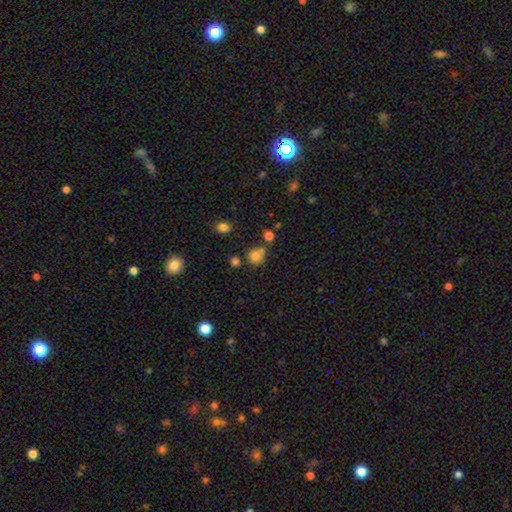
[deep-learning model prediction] smooth 77%, star or artifact 15%, featured or disk 9%. Down the decision tree: how rounded — round (82%); merging — none (58%).